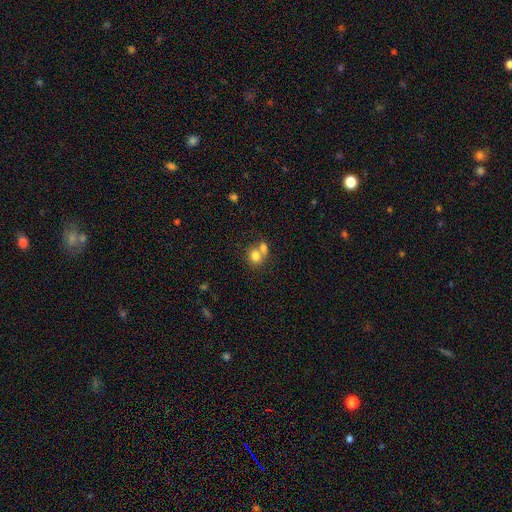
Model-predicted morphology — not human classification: Smooth or featured? Predicted: smooth (p=0.78). How rounded? Predicted: round (p=0.59). Merging? Predicted: merger (p=0.55).